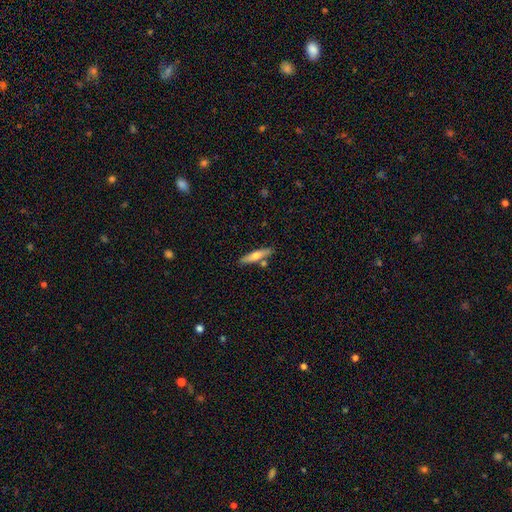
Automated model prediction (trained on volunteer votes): smooth 62%, featured or disk 32%, star or artifact 6%. Down the decision tree: how rounded — cigar-shaped (81%); merging — none (77%).